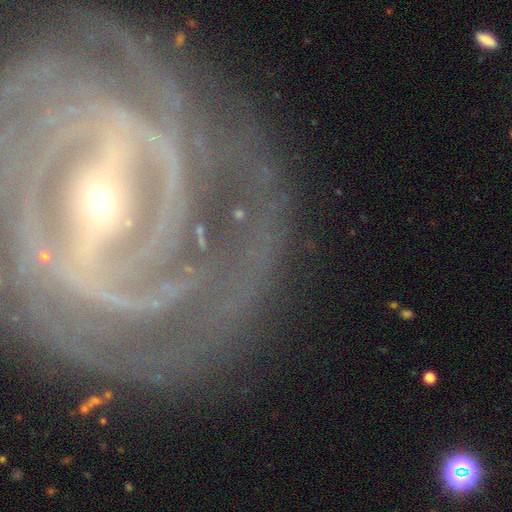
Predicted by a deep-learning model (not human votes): featured or disk 85%, star or artifact 8%, smooth 7%. Down the decision tree: edge-on disk — no (95%); bar — strong (58%); spiral arms — yes (94%); spiral arm count — 2 (34%); spiral winding — tight (63%); bulge size — small (69%); merging — none (70%).